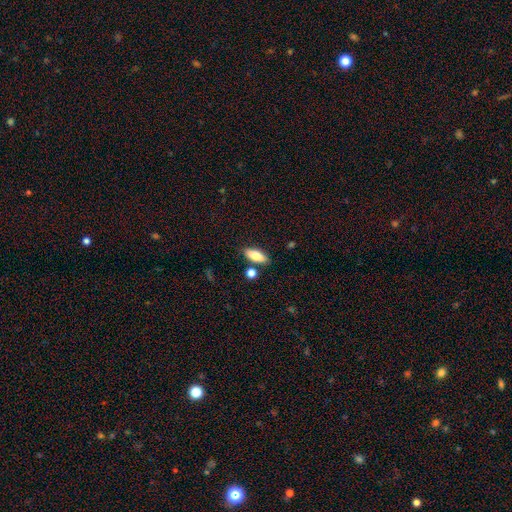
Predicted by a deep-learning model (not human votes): Overall: smooth (79%). How rounded: in between (81%). Merging: none (80%).